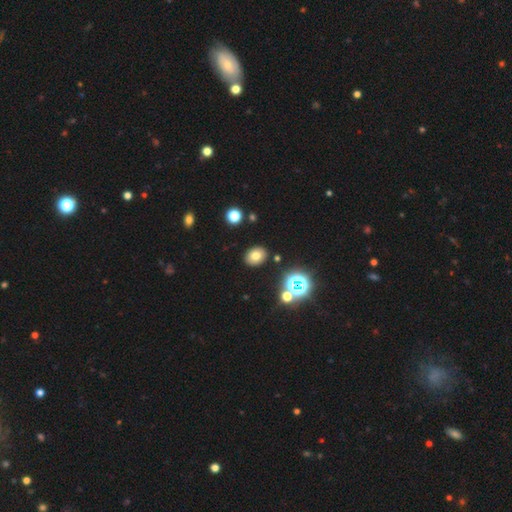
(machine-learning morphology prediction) type=smooth (73%); roundness=in between (65%); merging=none (88%).